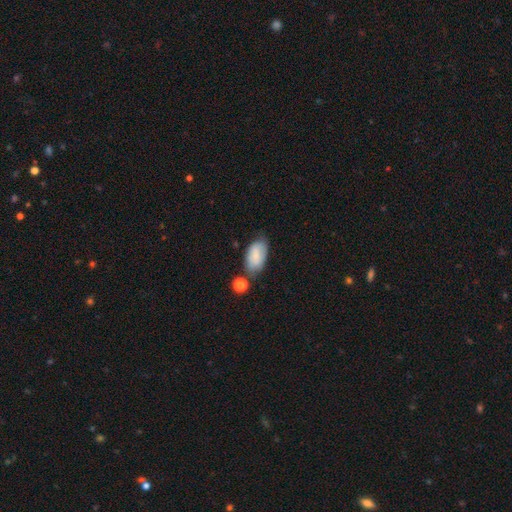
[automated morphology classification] Overall: smooth (76%). How rounded: in between (94%). Merging: none (58%; minor disturbance 25%).